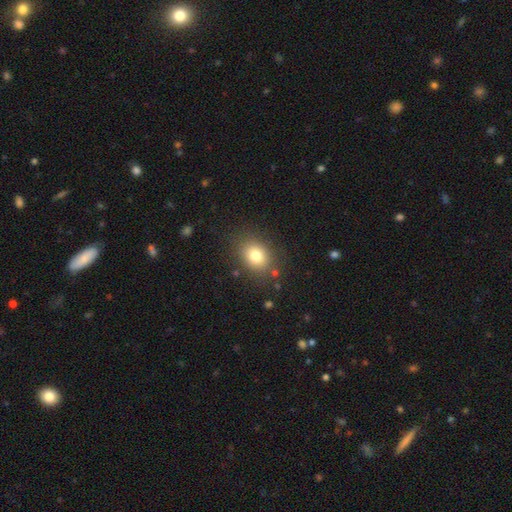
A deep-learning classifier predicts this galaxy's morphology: This is likely a smooth galaxy (79%). How rounded: possibly in between (53%). Merging: clearly none (82%).